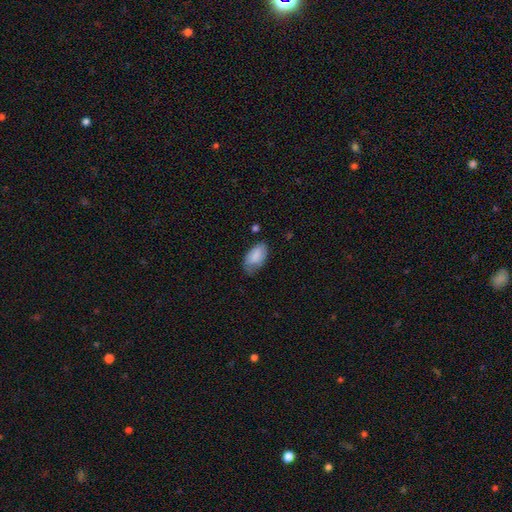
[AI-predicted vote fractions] A smooth galaxy with no disk features (80%) that is in between round and cigar-shaped (94%).

Vote fractions:
- Smooth or featured? smooth: 80% / featured or disk: 13% / star or artifact: 7%
- How rounded? in between: 94% / round: 3% / cigar-shaped: 3%
- Merging? none: 51% / minor disturbance: 37% / major disturbance: 9% / merger: 3%